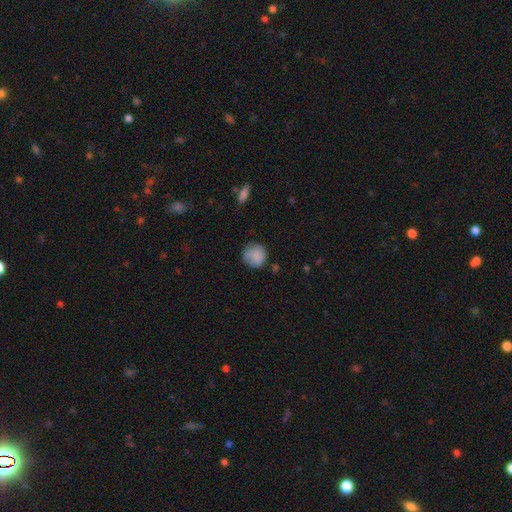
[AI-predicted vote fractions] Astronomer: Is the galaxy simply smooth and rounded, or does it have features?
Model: smooth — 82%.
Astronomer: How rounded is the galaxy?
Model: round — 88%.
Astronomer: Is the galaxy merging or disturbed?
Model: none — 68%.